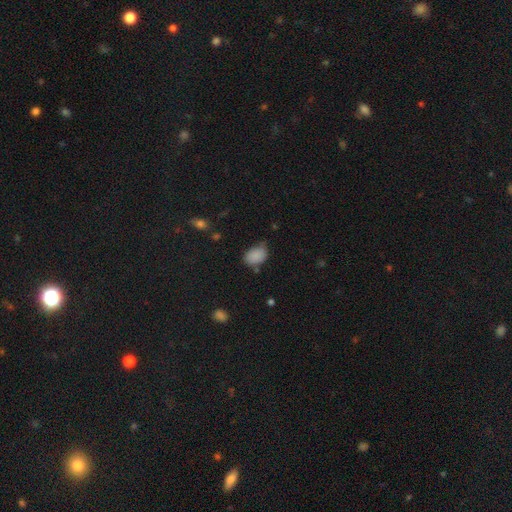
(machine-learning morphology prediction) smooth-or-featured: smooth: 85% | star or artifact: 9% | featured or disk: 5%
  how-rounded: in between: 79% | round: 20% | cigar-shaped: 1%
  merging: none: 56% | minor disturbance: 32% | major disturbance: 8% | merger: 4%